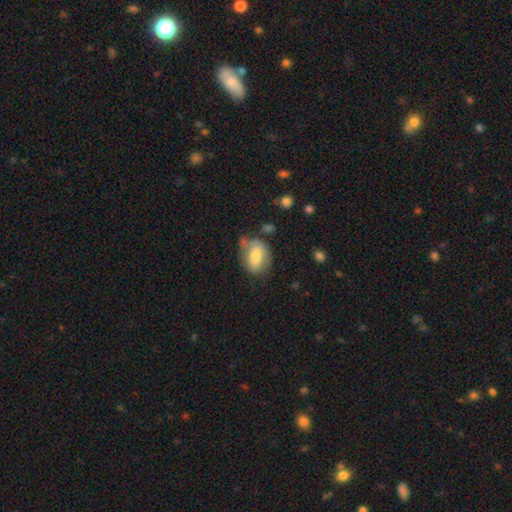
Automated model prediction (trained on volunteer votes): This is likely a smooth galaxy (69%). How rounded: likely in between (79%). Merging: possibly none (46%).